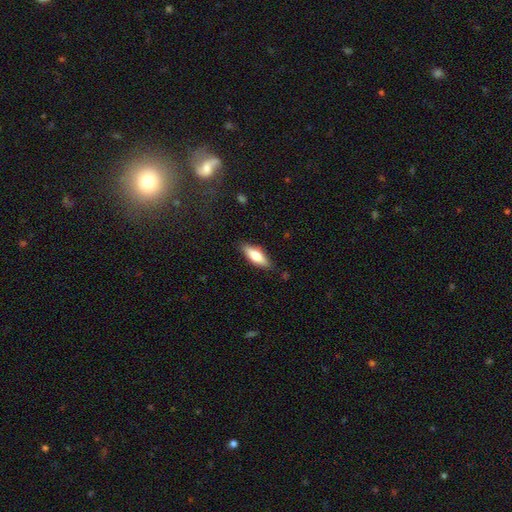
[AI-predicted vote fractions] Smooth or featured: smooth — 66% (featured or disk — 28%)
How rounded: in between — 60% (cigar-shaped — 38%)
Merging: none — 84% (minor disturbance — 12%)